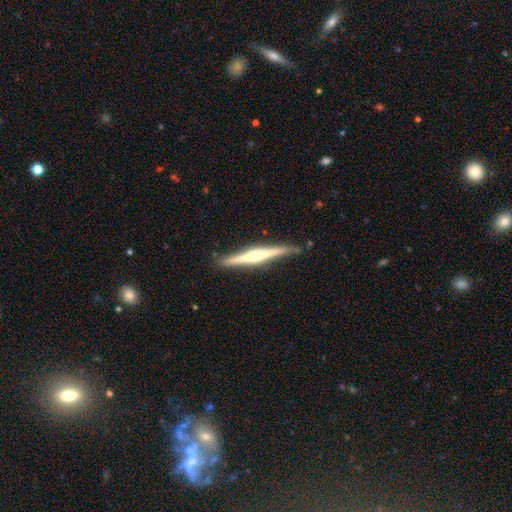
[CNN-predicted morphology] Smooth or featured? featured or disk (77%)
Edge-on disk? yes (98%)
Edge-on bulge? rounded (86%)
Merging? none (86%)